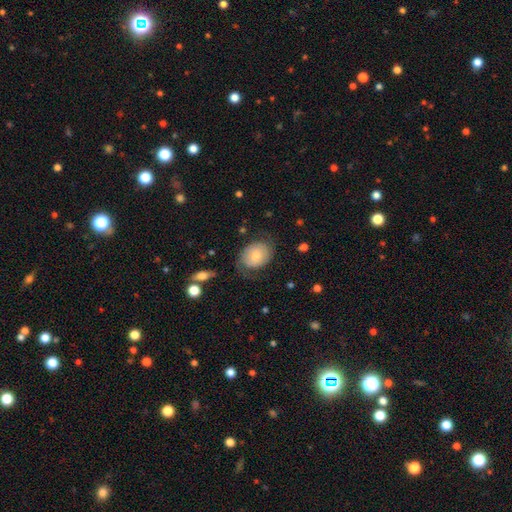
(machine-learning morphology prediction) Smooth or featured?
  - smooth: 61% *
  - featured or disk: 31%
  - star or artifact: 7%
How rounded?
  - in between: 62% *
  - round: 37%
  - cigar-shaped: 1%
Merging?
  - none: 60% *
  - minor disturbance: 23%
  - major disturbance: 15%
  - merger: 2%